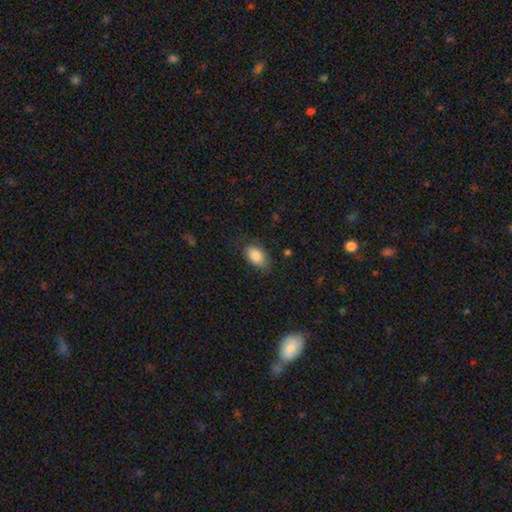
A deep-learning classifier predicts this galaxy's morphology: A smooth galaxy with no disk features (85%) that is in between round and cigar-shaped (91%).

Vote fractions:
- Smooth or featured? smooth: 85% / featured or disk: 7% / star or artifact: 7%
- How rounded? in between: 91% / round: 7% / cigar-shaped: 2%
- Merging? none: 72% / minor disturbance: 21% / major disturbance: 5% / merger: 1%